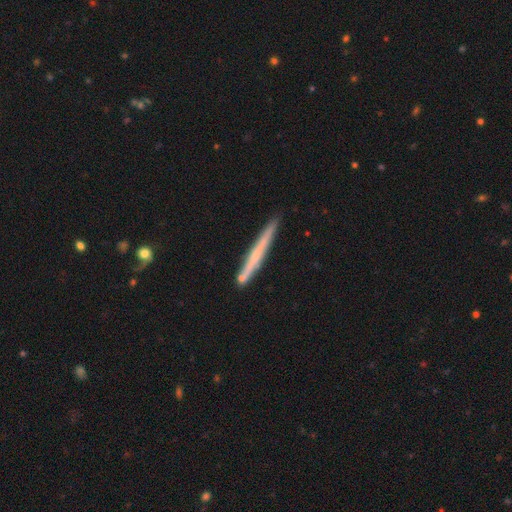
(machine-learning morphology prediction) featured or disk 51%, smooth 43%, star or artifact 6%. Down the decision tree: edge-on disk — yes (96%); merging — none (82%).